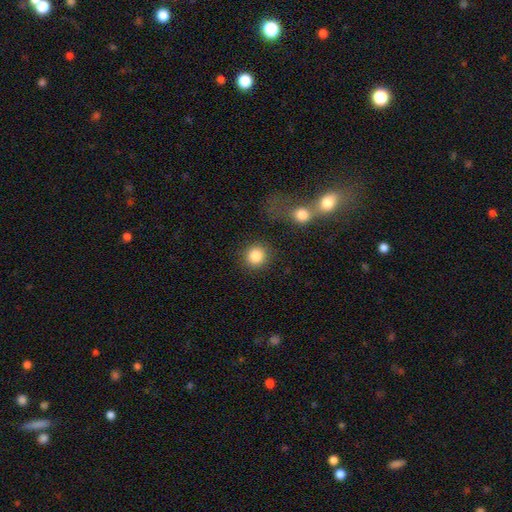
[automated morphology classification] This appears to be a smooth galaxy with no disk features (86%) that is round (90%). Merging: none (84%).